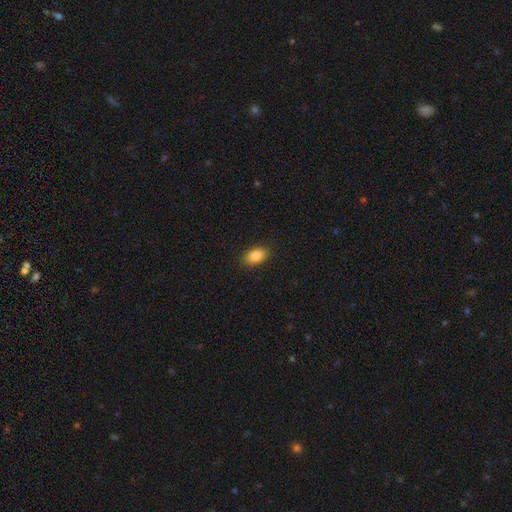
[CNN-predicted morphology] smooth 86%, star or artifact 8%, featured or disk 6%. Down the decision tree: how rounded — in between (90%); merging — none (88%).